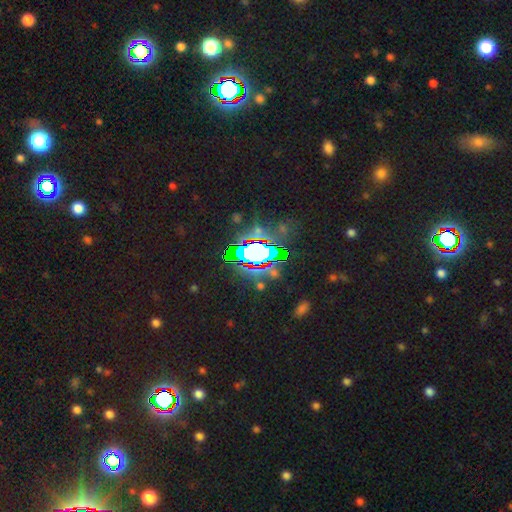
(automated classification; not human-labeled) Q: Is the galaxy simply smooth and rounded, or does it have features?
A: star or artifact — 76%.